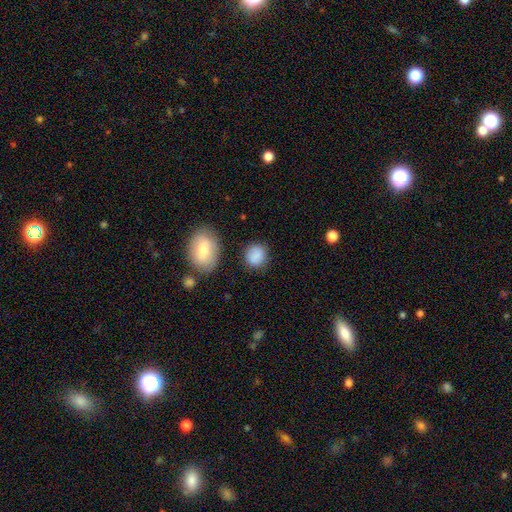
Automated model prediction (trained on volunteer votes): Overall: smooth (85%). How rounded: round (70%). Merging: none (77%).